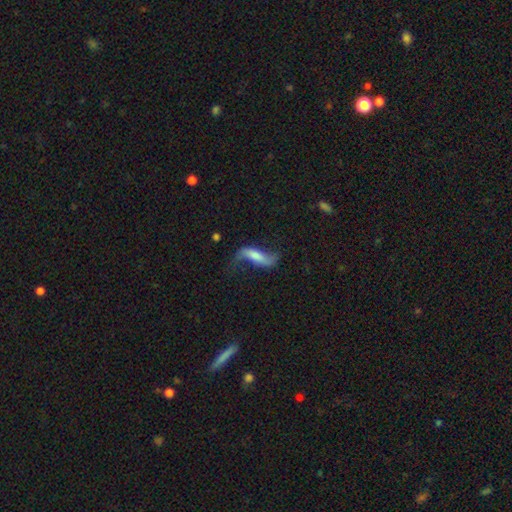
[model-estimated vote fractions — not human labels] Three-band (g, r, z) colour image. It shows a featured or disk galaxy (64%) with no bar (36%), spiral arms (89%) and a moderate central bulge (29%). Merging: none (54%).